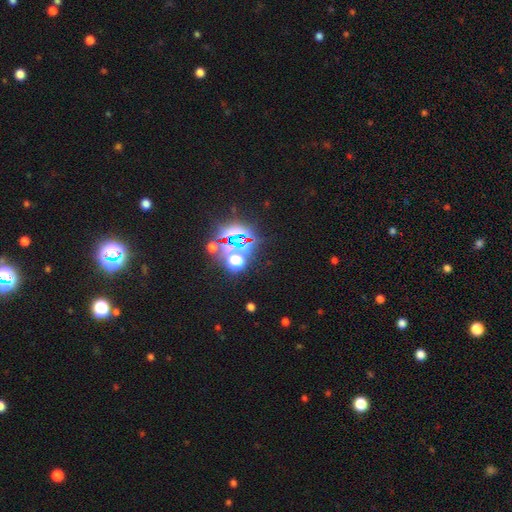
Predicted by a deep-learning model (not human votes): A star or artifact, not a galaxy (83%).